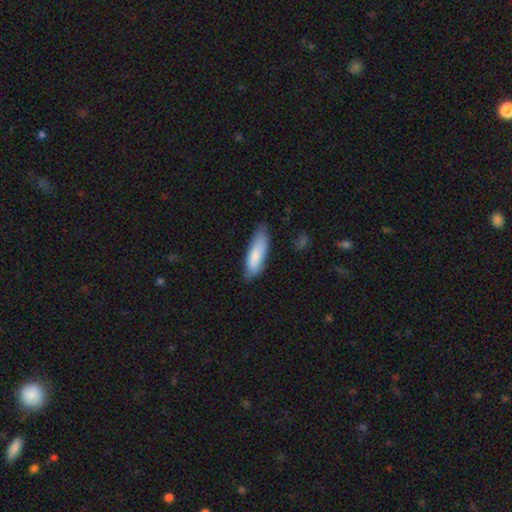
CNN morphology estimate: Smooth or featured? smooth (81%)
How rounded? cigar-shaped (50%)
Merging? none (71%)